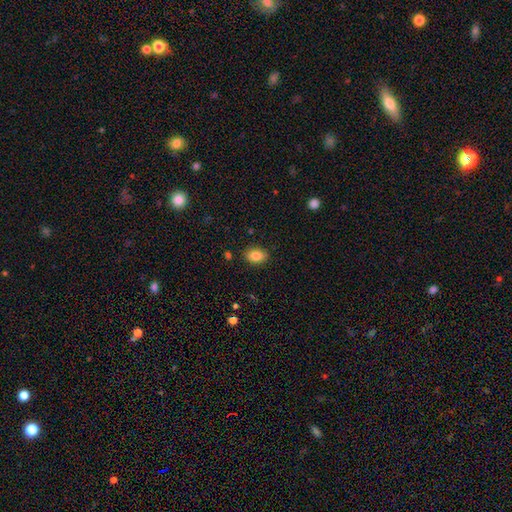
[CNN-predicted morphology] A smooth galaxy with no disk features (85%) that is in between round and cigar-shaped (77%). Merging: none (86%).